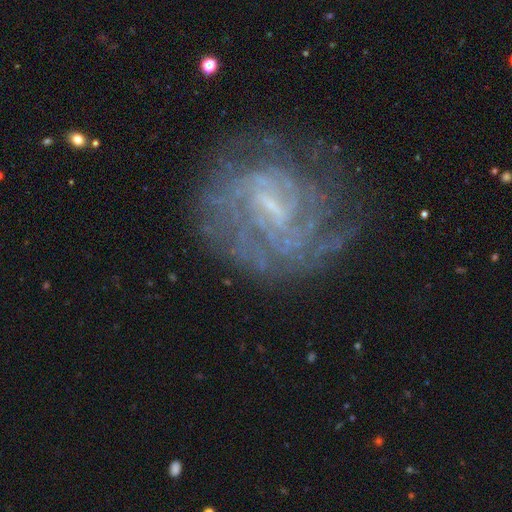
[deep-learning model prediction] A featured or disk galaxy (83%) with a weak bar (56%), tight (60%) spiral arms (91%) and a small central bulge (58%). Merging: none (66%).